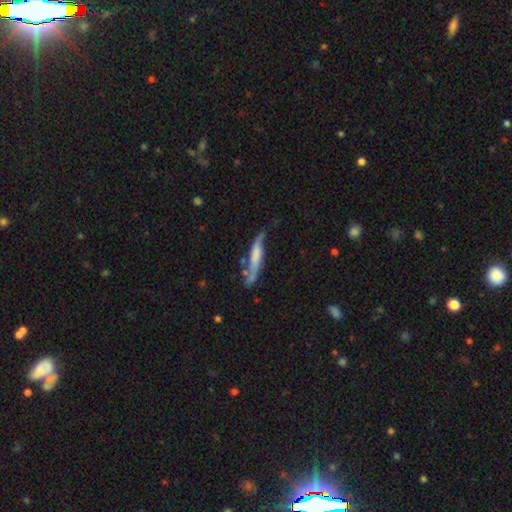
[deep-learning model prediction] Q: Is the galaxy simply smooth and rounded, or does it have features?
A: smooth — 50%.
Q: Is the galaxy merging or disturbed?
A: none — 50%.